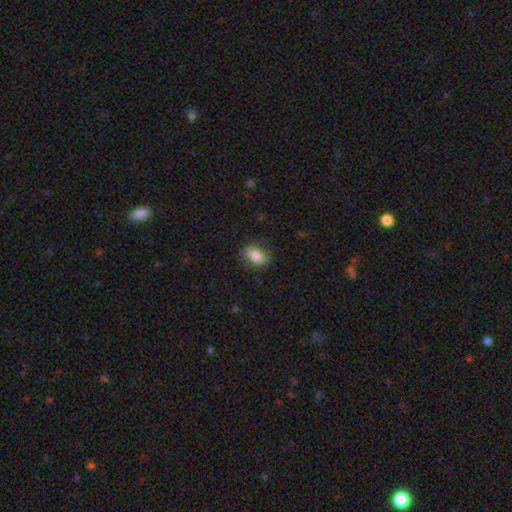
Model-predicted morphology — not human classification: Smooth or featured? Predicted: smooth (p=0.80). How rounded? Predicted: in between (p=0.82). Merging? Predicted: none (p=0.80).